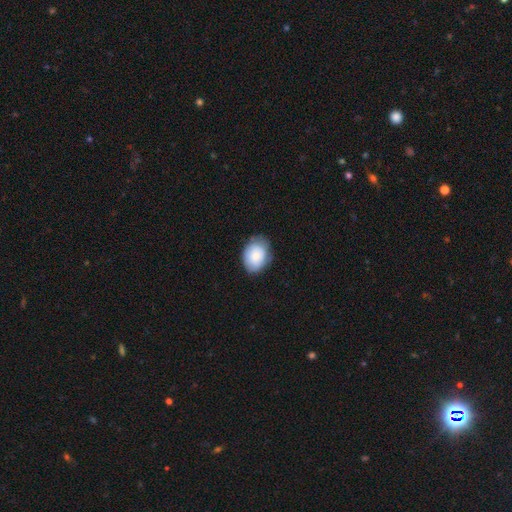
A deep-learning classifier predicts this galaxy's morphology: This is clearly a smooth galaxy (80%). How rounded: likely in between (67%). Merging: likely none (69%).